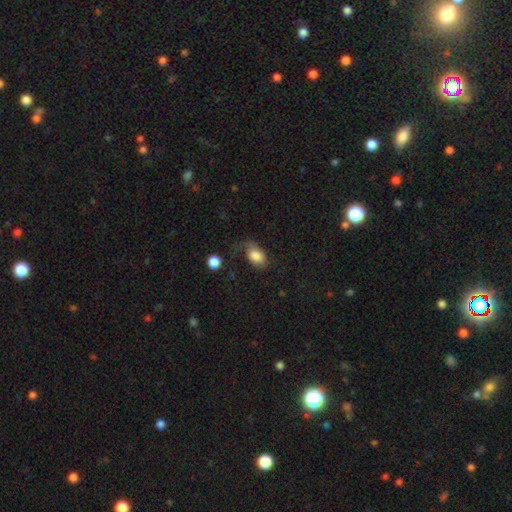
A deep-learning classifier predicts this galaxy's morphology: Overall: smooth (78%). How rounded: in between (81%). Merging: none (38%; major disturbance 30%).